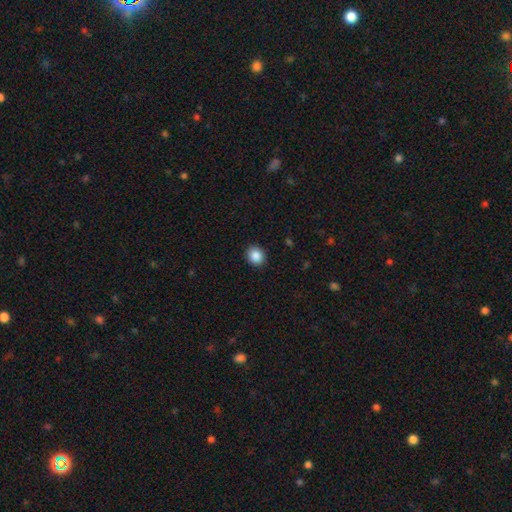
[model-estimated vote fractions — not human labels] Morphology: type=smooth (87%); roundness=round (75%); merging=none (91%).